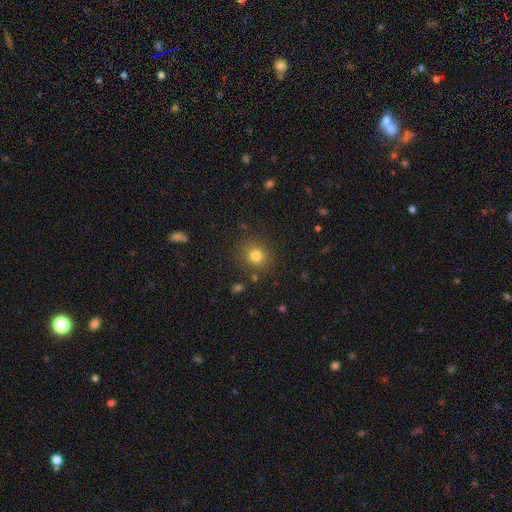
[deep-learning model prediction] Smooth or featured? Predicted: smooth (p=0.79). How rounded? Predicted: round (p=0.80). Merging? Predicted: none (p=0.84).